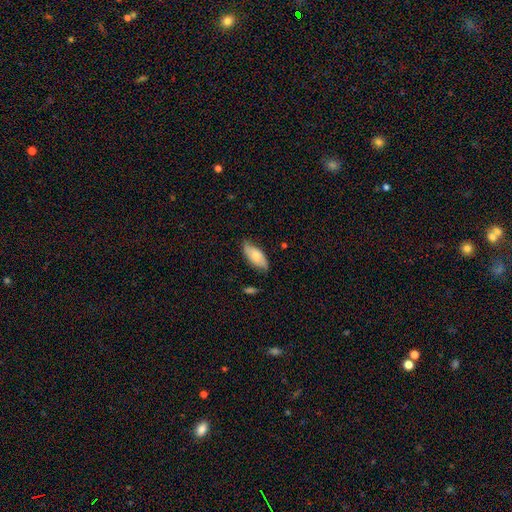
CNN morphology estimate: Overall: smooth (71%). How rounded: in between (88%). Merging: none (70%).